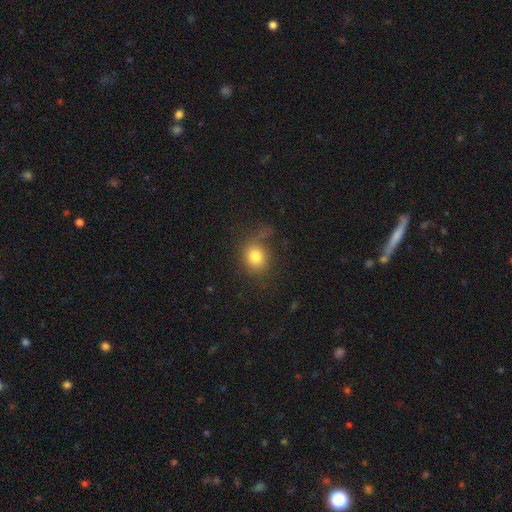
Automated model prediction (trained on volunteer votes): Smooth or featured? smooth (80%)
How rounded? round (68%)
Merging? none (66%)